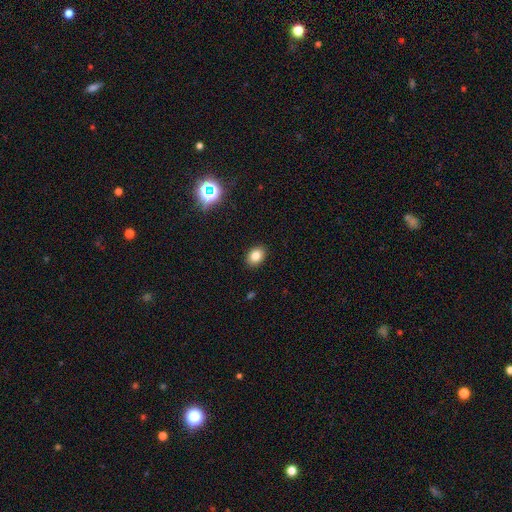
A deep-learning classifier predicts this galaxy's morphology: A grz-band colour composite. It shows a smooth galaxy with no disk features (82%) that is in between round and cigar-shaped (69%). Merging: none (90%).